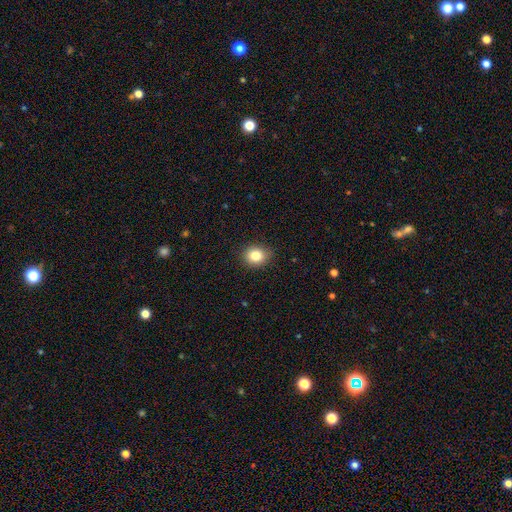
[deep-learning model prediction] Morphology: type=smooth (83%); roundness=round (64%); merging=none (86%).